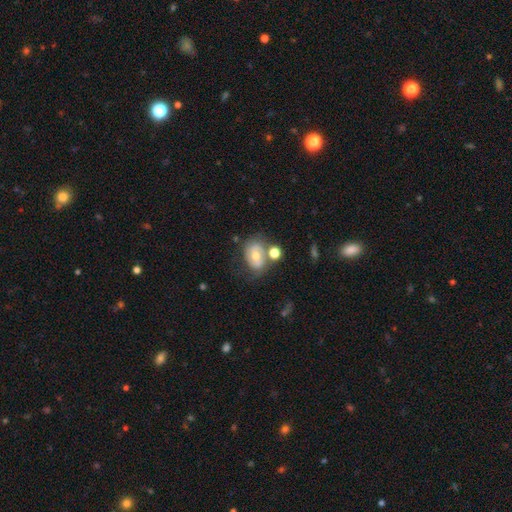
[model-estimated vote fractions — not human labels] The model was most divided on "smooth or featured": featured or disk: 49%, smooth: 41%, star or artifact: 10%. More confident: merging — none (53%).